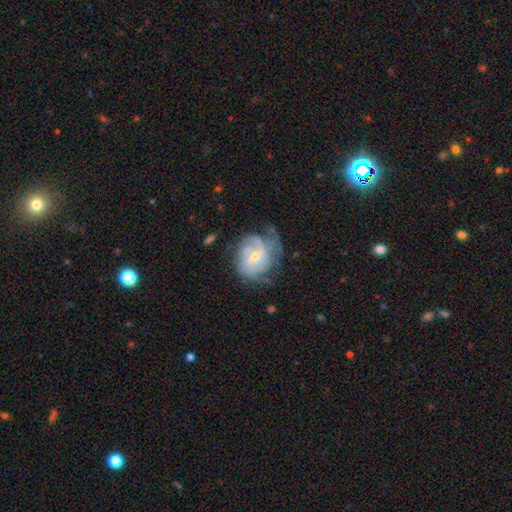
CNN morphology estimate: smooth_or_featured: featured or disk (p=0.78) [alt: smooth p=0.14]
disk_edge_on: no (p=0.97) [alt: yes p=0.03]
bar: weak (p=0.46) [alt: no p=0.43]
has_spiral_arms: yes (p=0.89) [alt: no p=0.11]
spiral_winding: tight (p=0.56) [alt: medium p=0.32]
spiral_arm_count: can't tell (p=0.42) [alt: 2 p=0.22]
bulge_size: small (p=0.60) [alt: moderate p=0.36]
merging: none (p=0.53) [alt: minor disturbance p=0.26]